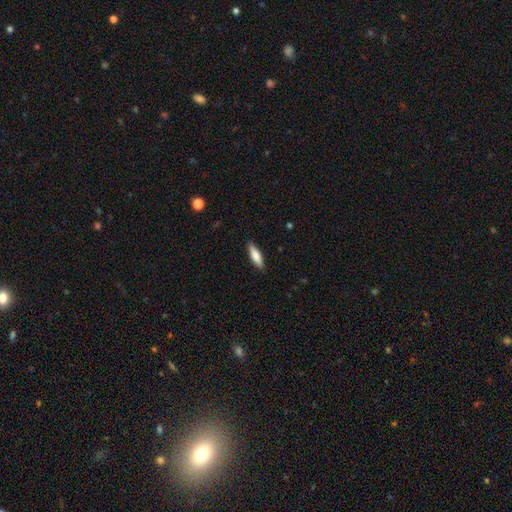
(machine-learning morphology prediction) type=smooth (74%); roundness=cigar-shaped (56%); merging=none (89%).